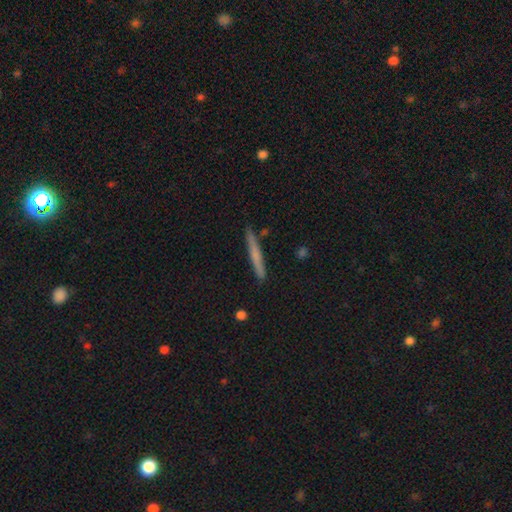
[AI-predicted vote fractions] Overall: smooth (59%; featured or disk 35%). How rounded: cigar-shaped (96%). Merging: none (89%).